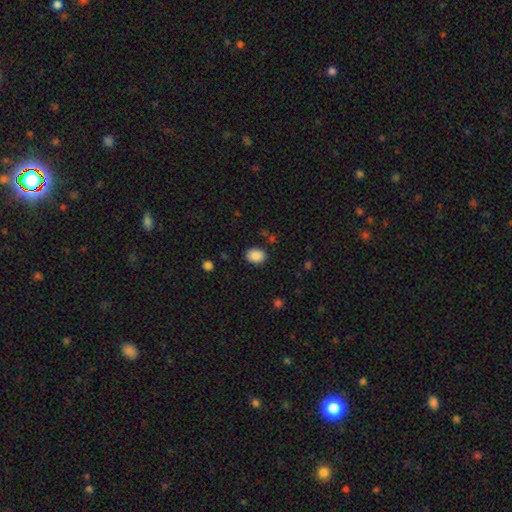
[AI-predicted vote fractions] Smooth or featured? Predicted: smooth (p=0.88). How rounded? Predicted: in between (p=0.62). Merging? Predicted: none (p=0.84).